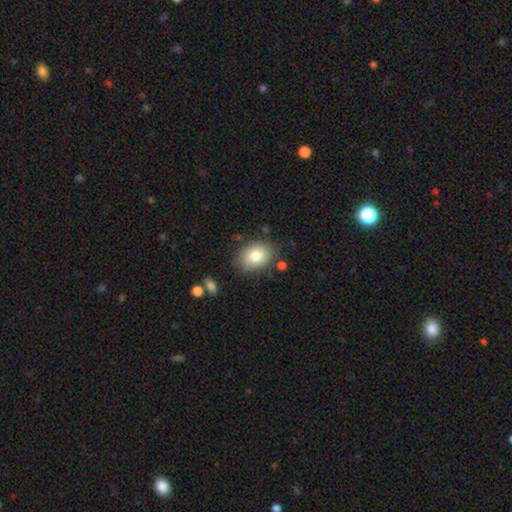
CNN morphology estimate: Overall: smooth (81%). How rounded: in between (73%). Merging: none (79%).